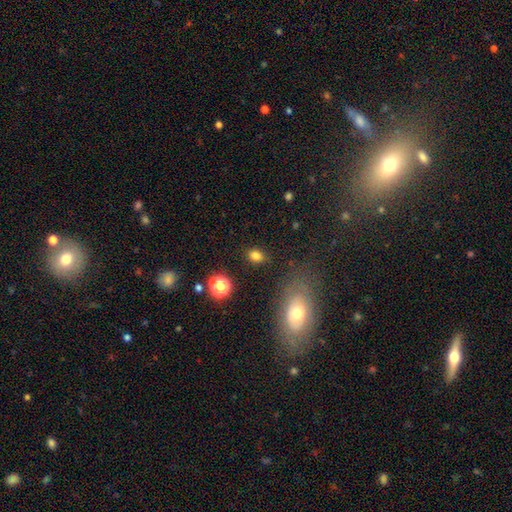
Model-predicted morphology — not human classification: Smooth or featured?
  - smooth: 79% *
  - star or artifact: 15%
  - featured or disk: 6%
How rounded?
  - in between: 66% *
  - round: 33%
  - cigar-shaped: 2%
Merging?
  - none: 84% *
  - minor disturbance: 10%
  - major disturbance: 3%
  - merger: 3%